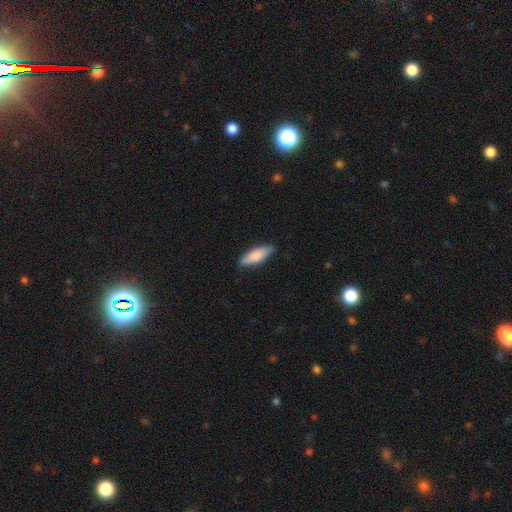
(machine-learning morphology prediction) This is clearly a smooth galaxy (84%). How rounded: possibly in between (55%). Merging: clearly none (86%).